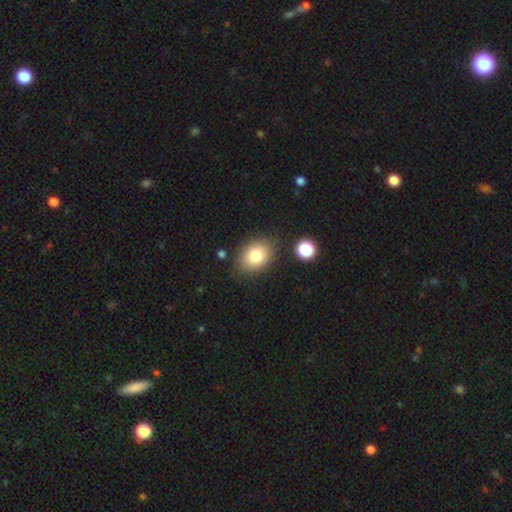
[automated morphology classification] Overall: smooth (81%). How rounded: in between (71%). Merging: none (81%).